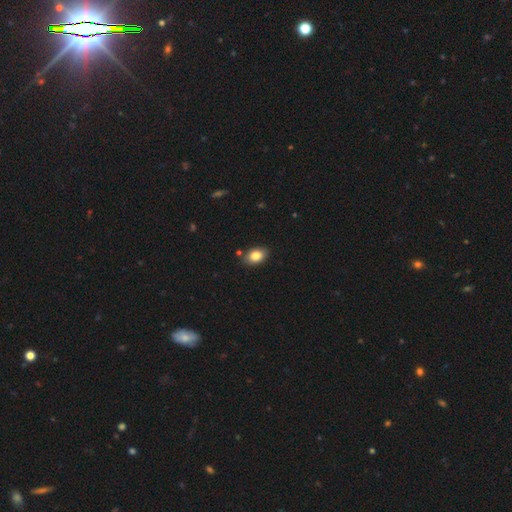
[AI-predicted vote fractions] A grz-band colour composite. It shows a smooth galaxy with no disk features (84%) that is in between round and cigar-shaped (82%). Merging: none (83%).